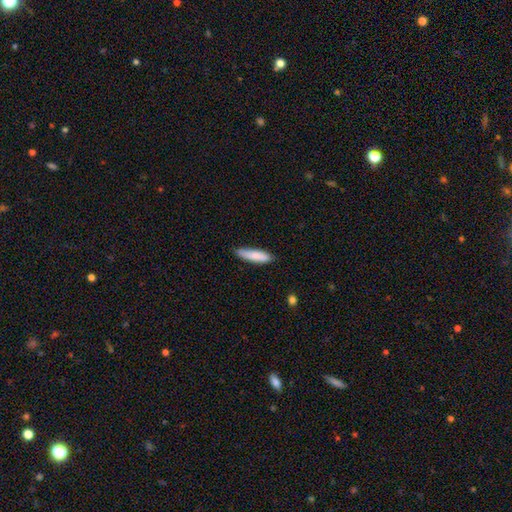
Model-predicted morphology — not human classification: smooth_or_featured: smooth (p=0.82) [alt: featured or disk p=0.12]
how_rounded: cigar-shaped (p=0.71) [alt: in between p=0.27]
merging: none (p=0.80) [alt: minor disturbance p=0.17]